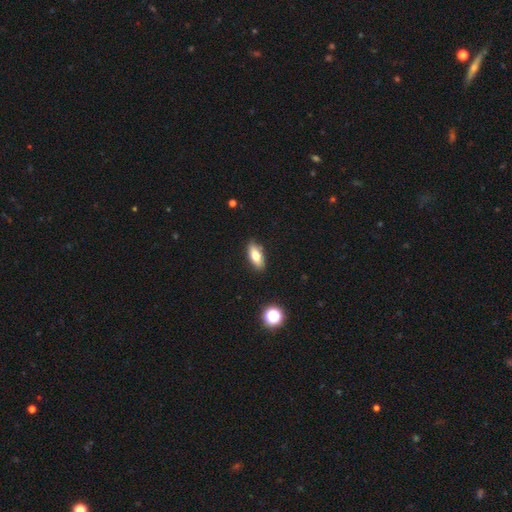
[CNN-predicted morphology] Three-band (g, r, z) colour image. It shows a smooth galaxy with no disk features (75%) that is in between round and cigar-shaped (78%). Merging: none (86%).